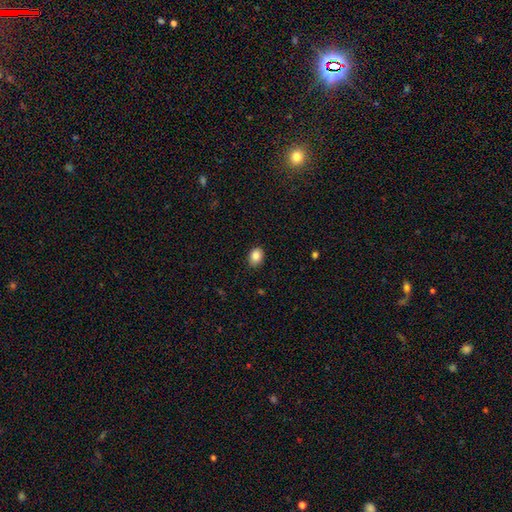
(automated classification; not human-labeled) Smooth or featured? smooth (87%)
How rounded? in between (65%)
Merging? none (86%)